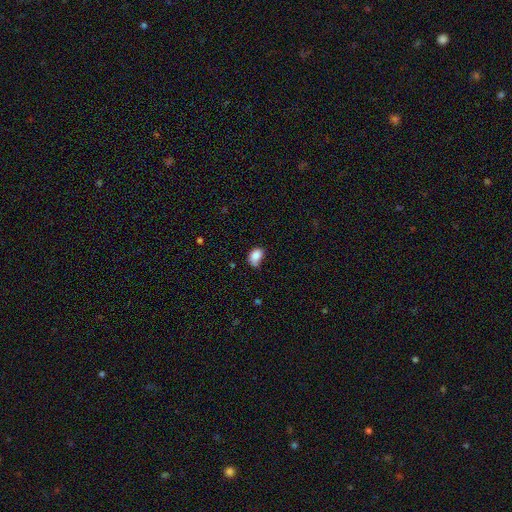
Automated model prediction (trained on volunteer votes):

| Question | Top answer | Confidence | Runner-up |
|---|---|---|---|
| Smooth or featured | smooth | 85% | star or artifact (8%) |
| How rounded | in between | 78% | round (21%) |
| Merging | none | 51% | minor disturbance (35%) |